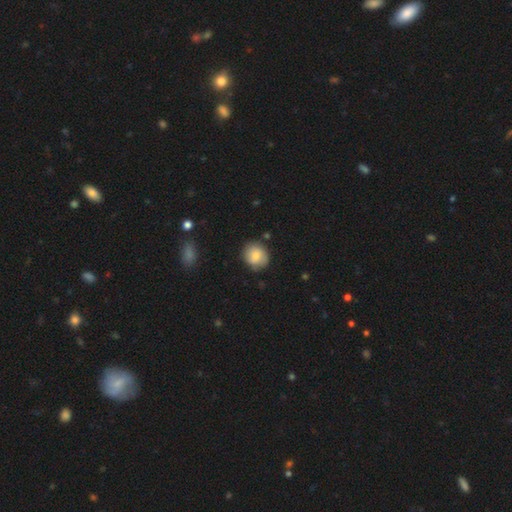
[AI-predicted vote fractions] The model was most divided on "smooth or featured": smooth: 77%, featured or disk: 16%, star or artifact: 8%. More confident: how rounded — round (80%); merging — none (79%).